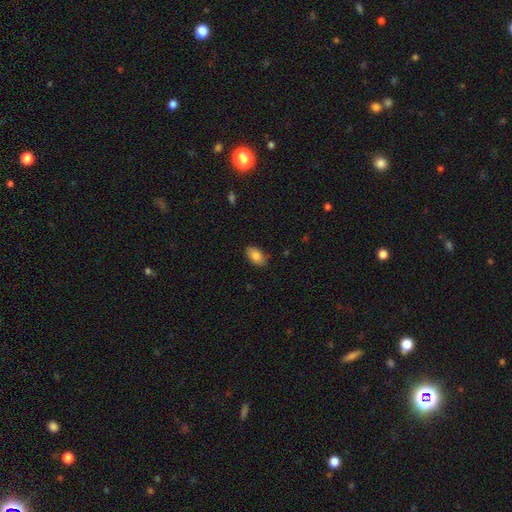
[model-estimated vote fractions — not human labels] A smooth galaxy with no disk features (83%) that is in between round and cigar-shaped (92%). Merging: none (84%).